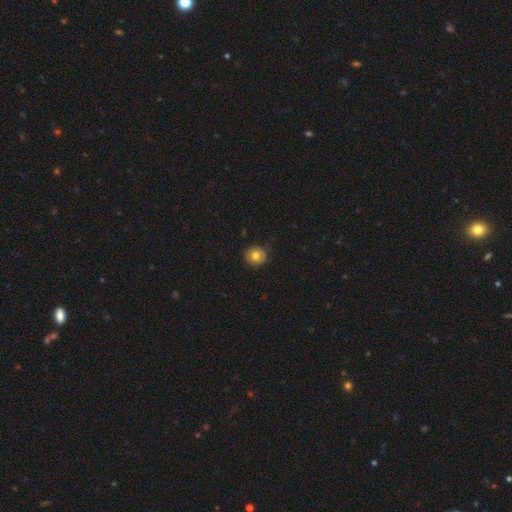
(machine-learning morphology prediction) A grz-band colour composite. It shows a smooth galaxy with no disk features (78%) that is round (89%). Merging: none (83%).